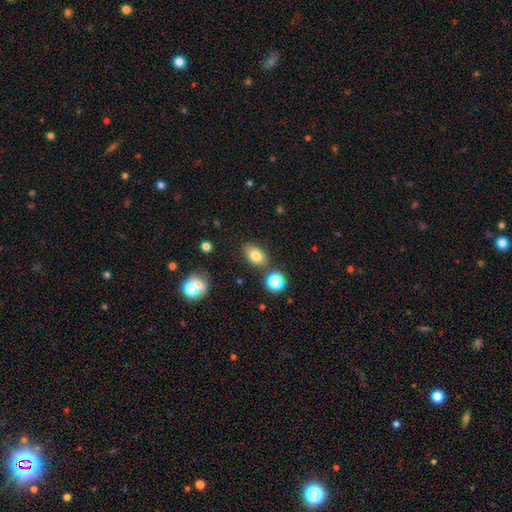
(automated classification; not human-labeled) Smooth or featured: smooth — 79% (star or artifact — 11%)
How rounded: in between — 84% (round — 13%)
Merging: none — 76% (minor disturbance — 12%)